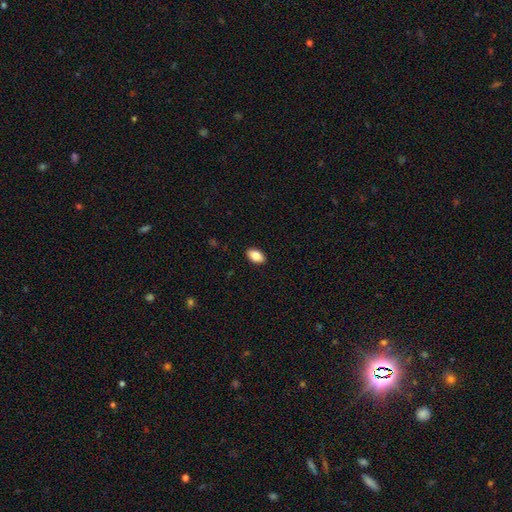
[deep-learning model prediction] This appears to be a smooth galaxy with no disk features (84%) that is in between round and cigar-shaped (92%). Merging: none (90%).